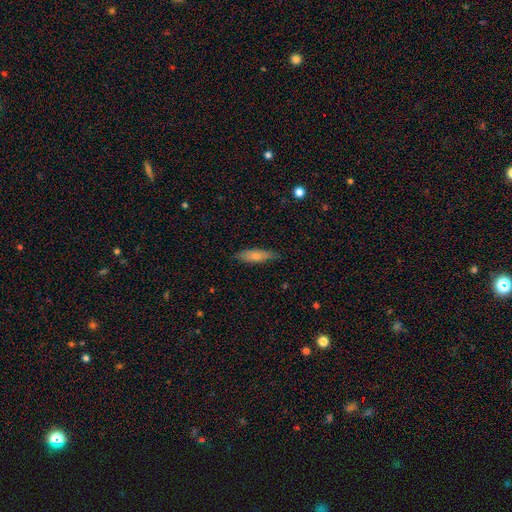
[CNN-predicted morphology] Smooth or featured? smooth (69%)
How rounded? cigar-shaped (52%)
Merging? none (80%)